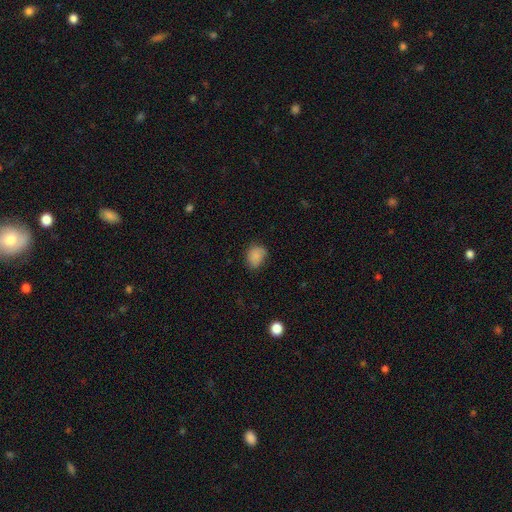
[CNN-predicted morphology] type=smooth (84%); roundness=in between (50%); merging=none (67%).